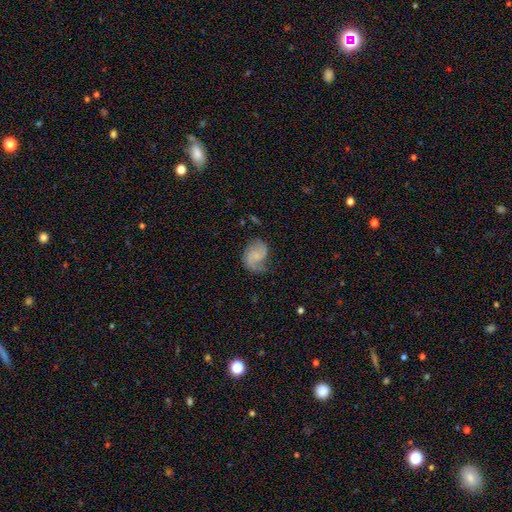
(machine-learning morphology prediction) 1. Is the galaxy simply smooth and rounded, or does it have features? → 64% featured or disk, 28% smooth, 8% star or artifact.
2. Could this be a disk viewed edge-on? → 98% no, 2% yes.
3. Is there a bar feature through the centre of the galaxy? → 66% no, 29% weak, 5% strong.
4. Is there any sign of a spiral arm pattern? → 93% yes, 7% no.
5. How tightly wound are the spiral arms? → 41% medium, 39% loose, 20% tight.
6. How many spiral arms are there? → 64% 2, 26% 1, 6% can't tell, 2% 3, 1% 4, 1% more than 4.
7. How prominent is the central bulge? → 43% none, 40% small, 13% moderate, 3% large, 1% dominant.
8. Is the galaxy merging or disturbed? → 54% none, 26% minor disturbance, 18% major disturbance, 2% merger.